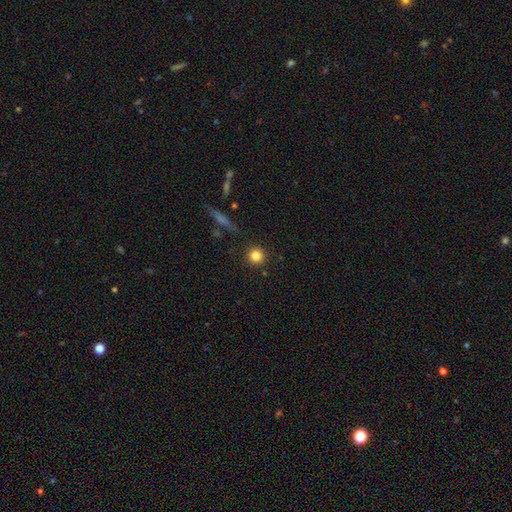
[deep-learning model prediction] smooth-or-featured: smooth: 82% | star or artifact: 11% | featured or disk: 6%
  how-rounded: round: 95% | in between: 4% | cigar-shaped: 1%
  merging: none: 90% | minor disturbance: 6% | merger: 2% | major disturbance: 2%